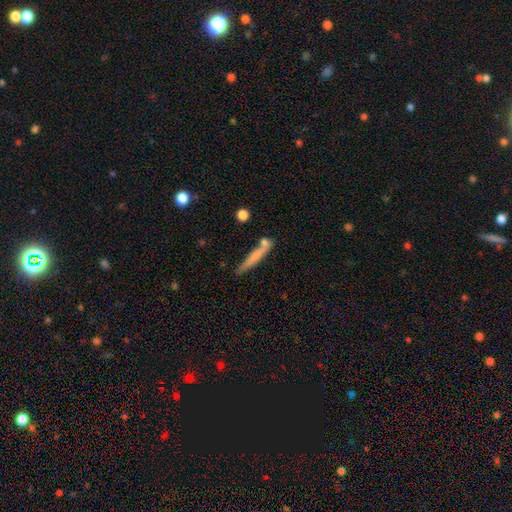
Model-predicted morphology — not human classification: Q: Smooth or featured?
A: smooth (61%); runner-up: featured or disk (32%)
Q: How rounded?
A: cigar-shaped (93%); runner-up: in between (6%)
Q: Merging?
A: none (66%); runner-up: minor disturbance (17%)